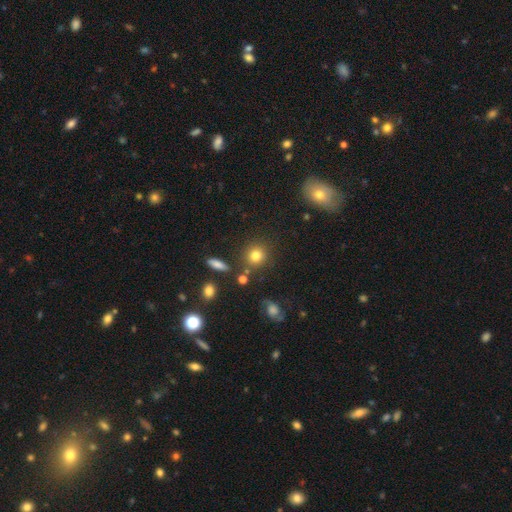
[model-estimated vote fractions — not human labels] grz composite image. It shows a smooth galaxy with no disk features (79%) that is round (85%). Merging: none (80%).